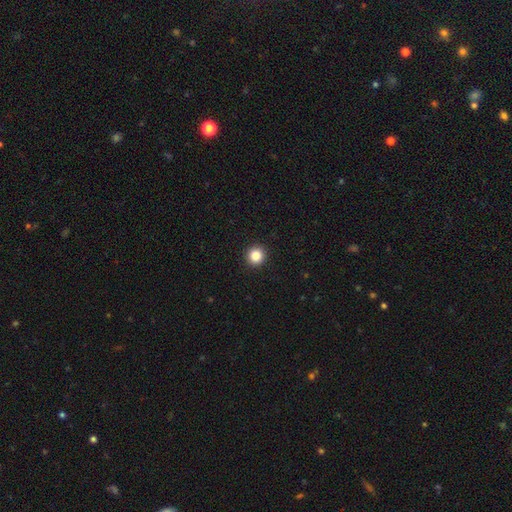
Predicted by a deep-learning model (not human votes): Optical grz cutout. It shows a smooth galaxy with no disk features (85%) that is round (95%). Merging: none (94%).